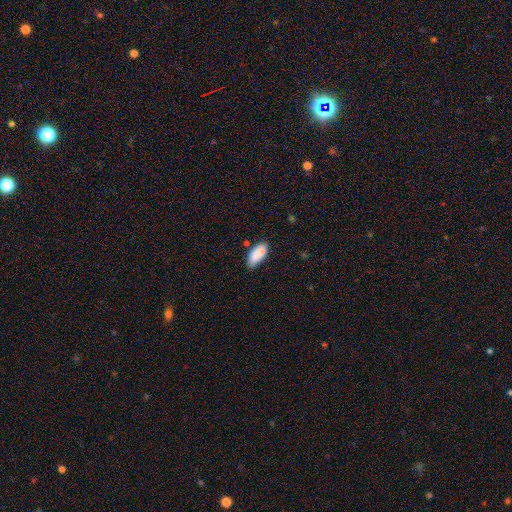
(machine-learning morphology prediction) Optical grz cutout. It shows a smooth galaxy with no disk features (87%) that is in between round and cigar-shaped (88%). Merging: none (69%).